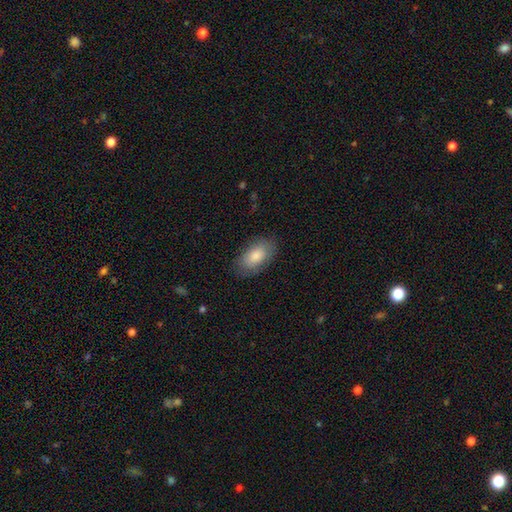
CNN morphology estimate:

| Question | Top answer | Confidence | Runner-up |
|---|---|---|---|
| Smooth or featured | smooth | 80% | featured or disk (13%) |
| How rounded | in between | 93% | round (4%) |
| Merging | none | 82% | minor disturbance (14%) |